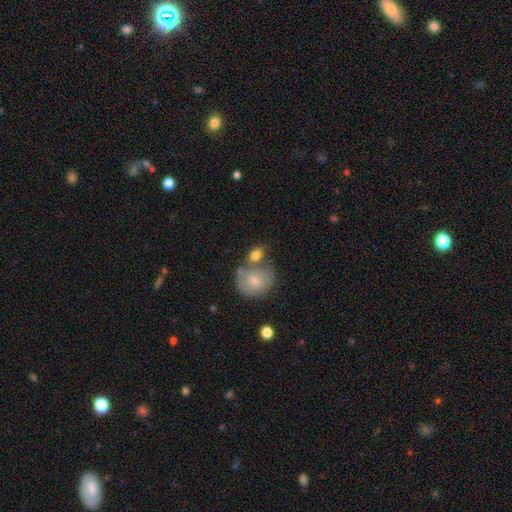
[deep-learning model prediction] A smooth galaxy with no disk features (73%) that is round (51%). Merging: none (42%).